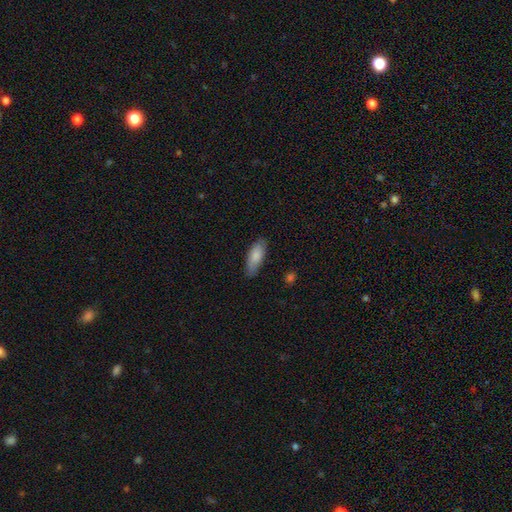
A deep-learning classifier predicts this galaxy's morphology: Smooth or featured? smooth (84%)
How rounded? in between (69%)
Merging? none (80%)